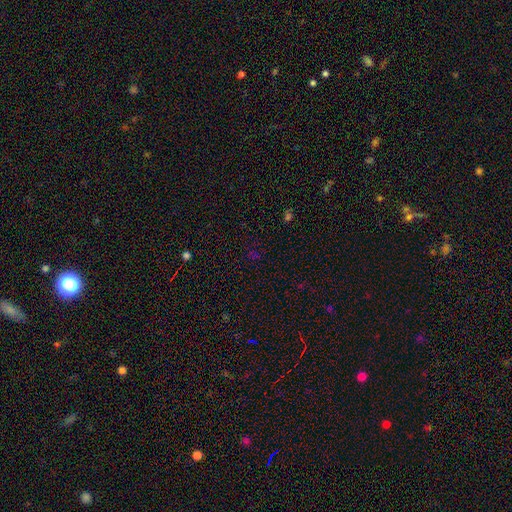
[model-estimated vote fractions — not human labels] Smooth or featured?
  - star or artifact: 62% *
  - smooth: 30%
  - featured or disk: 8%